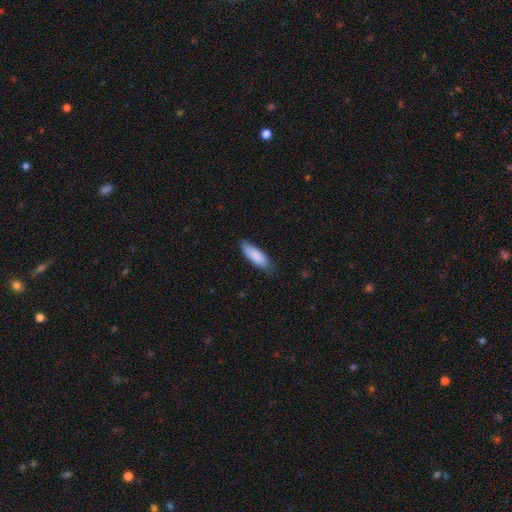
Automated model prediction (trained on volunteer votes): smooth_or_featured: smooth (p=0.86) [alt: featured or disk p=0.08]
how_rounded: in between (p=0.65) [alt: cigar-shaped p=0.34]
merging: none (p=0.73) [alt: minor disturbance p=0.23]